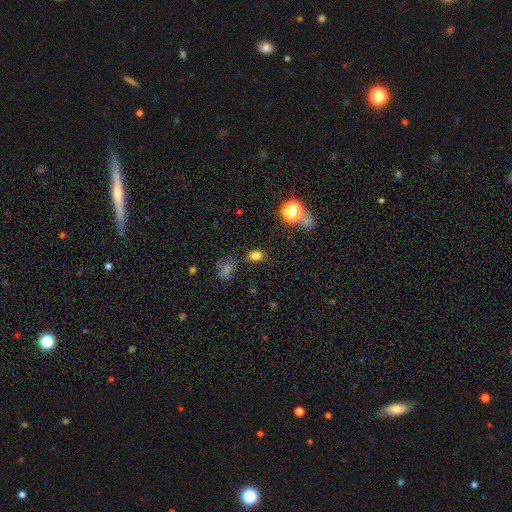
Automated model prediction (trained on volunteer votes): Smooth or featured: smooth — 77% (star or artifact — 17%)
How rounded: in between — 60% (round — 39%)
Merging: none — 80% (minor disturbance — 12%)